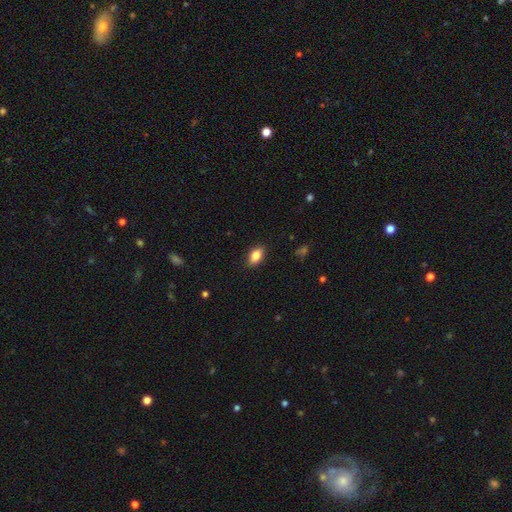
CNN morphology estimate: A smooth galaxy with no disk features (86%) that is in between round and cigar-shaped (88%). Merging: none (88%).